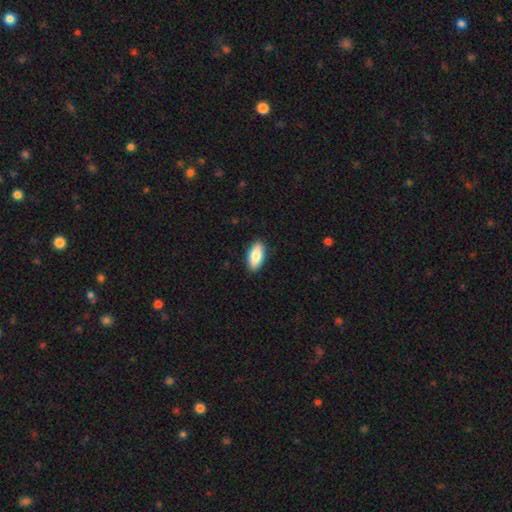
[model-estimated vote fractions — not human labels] Smooth or featured? smooth (81%)
How rounded? in between (85%)
Merging? none (89%)